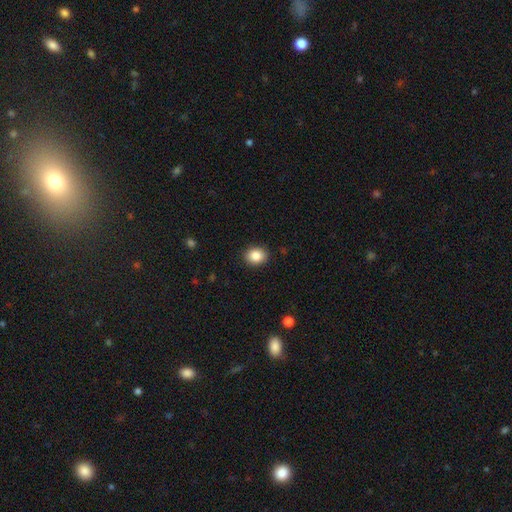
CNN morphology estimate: smooth-or-featured: smooth: 87% | star or artifact: 9% | featured or disk: 5%
  how-rounded: round: 55% | in between: 44% | cigar-shaped: 1%
  merging: none: 89% | minor disturbance: 8% | major disturbance: 2% | merger: 1%